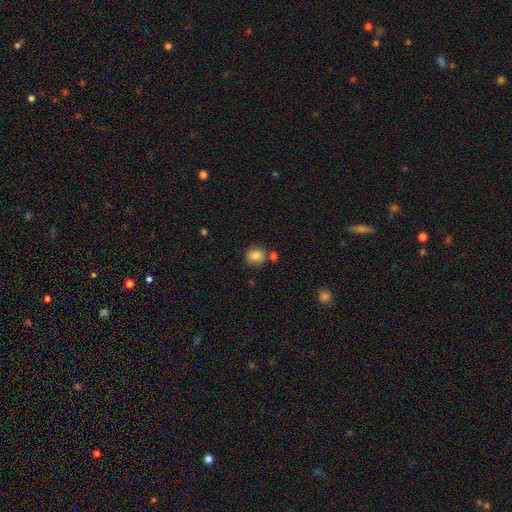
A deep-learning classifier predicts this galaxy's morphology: Overall: smooth (83%). How rounded: round (72%). Merging: none (70%).